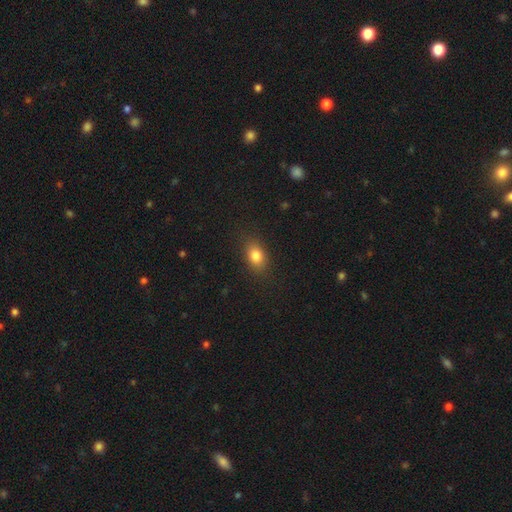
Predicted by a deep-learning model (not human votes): smooth-or-featured: smooth: 82% | star or artifact: 10% | featured or disk: 8%
  how-rounded: in between: 75% | round: 23% | cigar-shaped: 2%
  merging: none: 85% | minor disturbance: 11% | major disturbance: 3% | merger: 1%